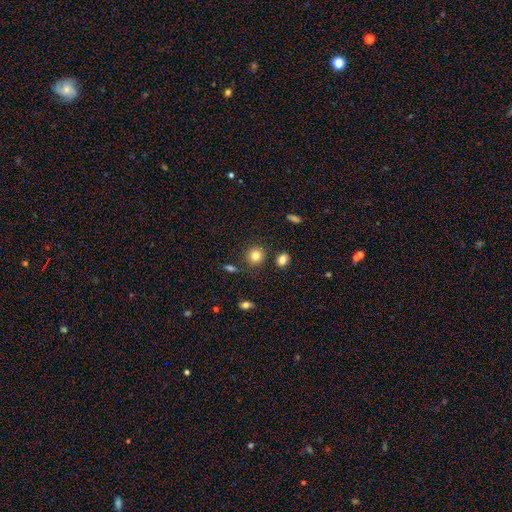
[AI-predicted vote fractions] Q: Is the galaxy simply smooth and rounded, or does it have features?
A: smooth — 82%.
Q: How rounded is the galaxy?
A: round — 86%.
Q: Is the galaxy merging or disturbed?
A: none — 84%.